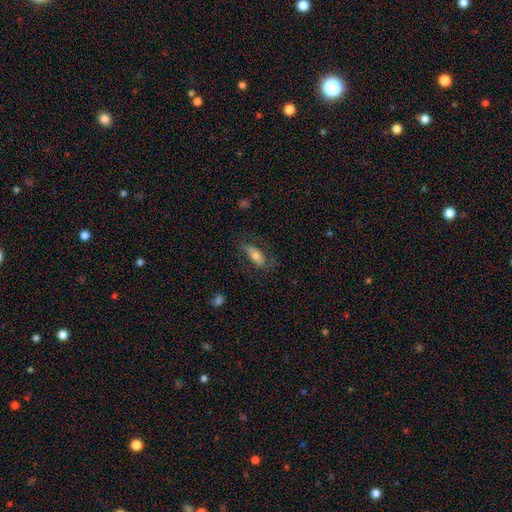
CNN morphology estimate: Smooth or featured: smooth — 54% (featured or disk — 38%)
How rounded: in between — 77% (cigar-shaped — 19%)
Merging: none — 64% (minor disturbance — 20%)